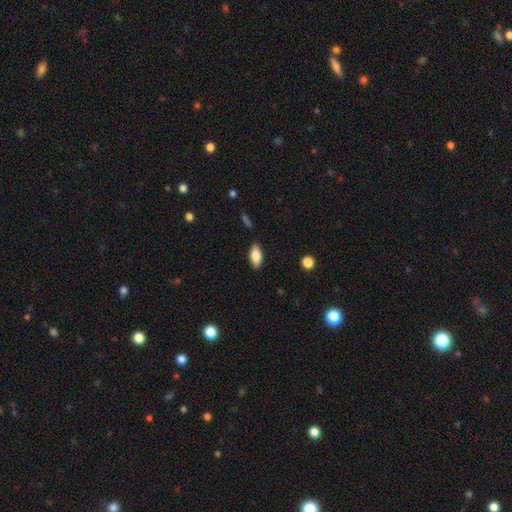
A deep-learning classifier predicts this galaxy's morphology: This appears to be a smooth galaxy with no disk features (79%) that is in between round and cigar-shaped (87%). Merging: none (87%).